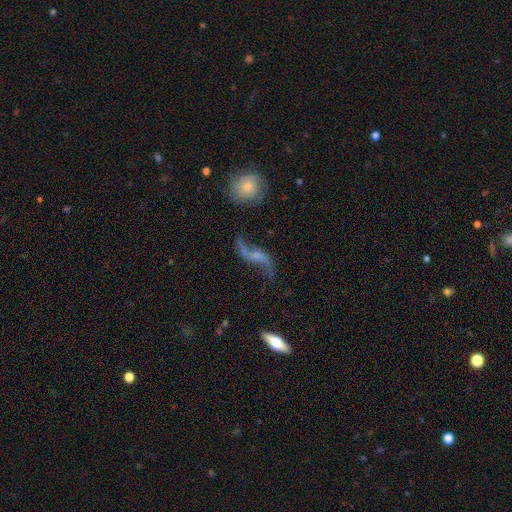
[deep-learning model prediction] This appears to be a featured or disk galaxy (82%) with no bar (51%), 2 (93%) loose (93%) spiral arms (93%) and a small central bulge (46%). Merging: none (63%).